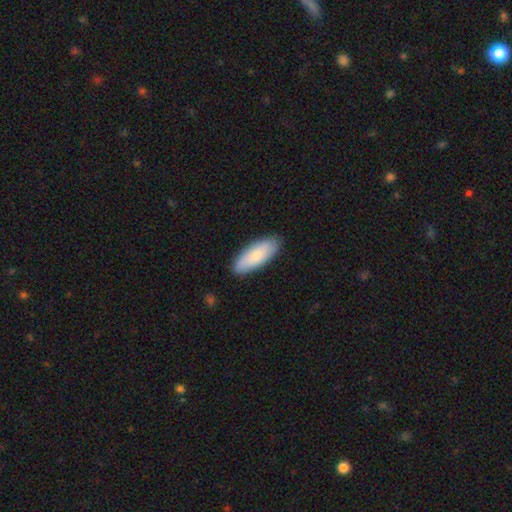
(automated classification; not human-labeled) A smooth galaxy with no disk features (78%) that is in between round and cigar-shaped (76%).

Vote fractions:
- Smooth or featured? smooth: 78% / featured or disk: 17% / star or artifact: 5%
- How rounded? in between: 76% / cigar-shaped: 22% / round: 2%
- Merging? none: 86% / minor disturbance: 11% / major disturbance: 2% / merger: 1%